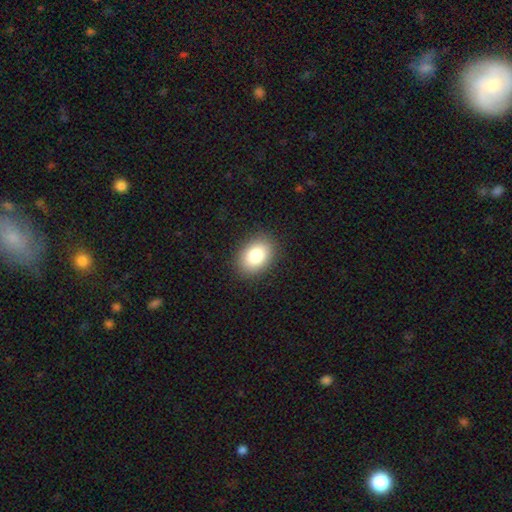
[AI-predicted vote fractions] smooth-or-featured: smooth: 82% | star or artifact: 9% | featured or disk: 9%
  how-rounded: in between: 73% | round: 26% | cigar-shaped: 1%
  merging: none: 88% | minor disturbance: 8% | major disturbance: 3% | merger: 1%